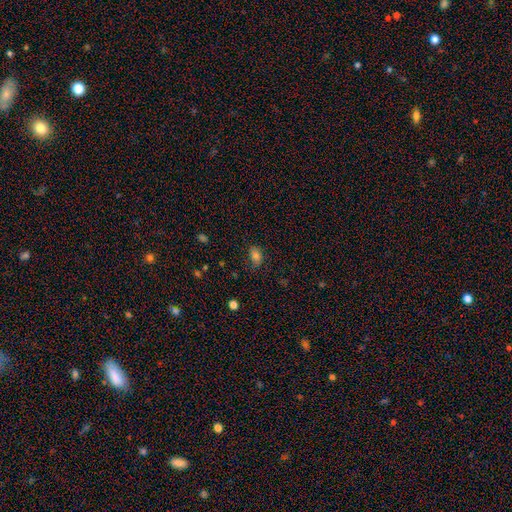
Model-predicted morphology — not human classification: This appears to be a smooth galaxy with no disk features (81%) that is in between round and cigar-shaped (82%). Merging: none (74%).